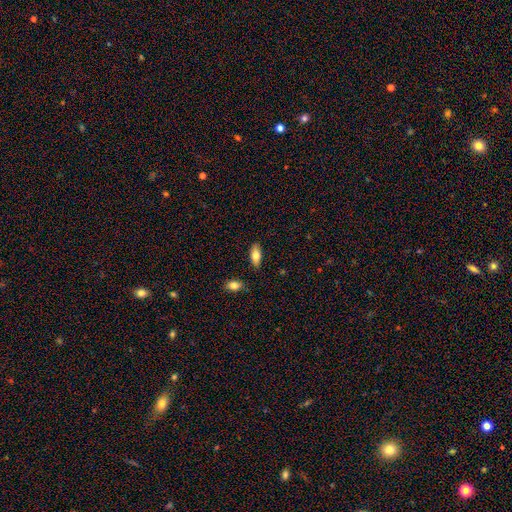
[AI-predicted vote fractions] A smooth galaxy with no disk features (74%) that is in between round and cigar-shaped (82%).

Vote fractions:
- Smooth or featured? smooth: 74% / featured or disk: 20% / star or artifact: 6%
- How rounded? in between: 82% / cigar-shaped: 16% / round: 2%
- Merging? none: 85% / minor disturbance: 11% / major disturbance: 2% / merger: 2%